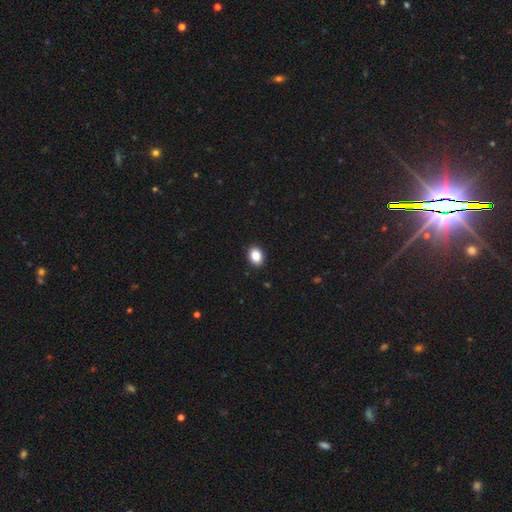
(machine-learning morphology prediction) Smooth or featured: smooth — 87% (star or artifact — 9%)
How rounded: in between — 64% (round — 35%)
Merging: none — 91% (minor disturbance — 6%)